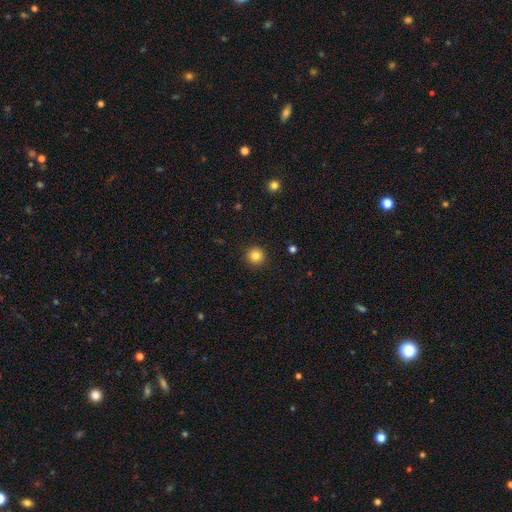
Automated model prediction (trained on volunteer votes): smooth-or-featured: smooth: 84% | star or artifact: 11% | featured or disk: 5%
  how-rounded: round: 95% | in between: 4% | cigar-shaped: 1%
  merging: none: 92% | minor disturbance: 5% | major disturbance: 2% | merger: 1%